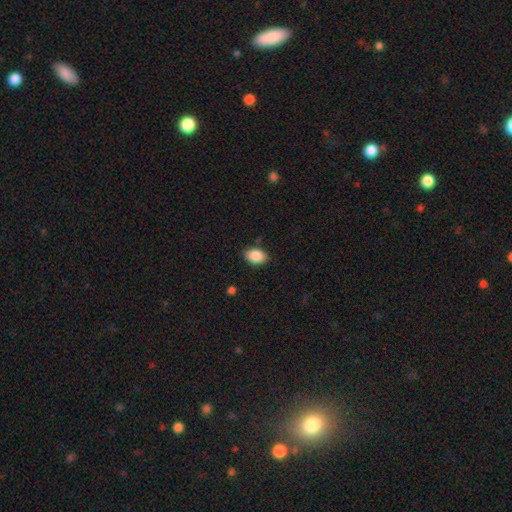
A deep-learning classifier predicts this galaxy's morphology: Smooth or featured: smooth — 89% (star or artifact — 7%)
How rounded: in between — 86% (round — 12%)
Merging: none — 85% (minor disturbance — 11%)